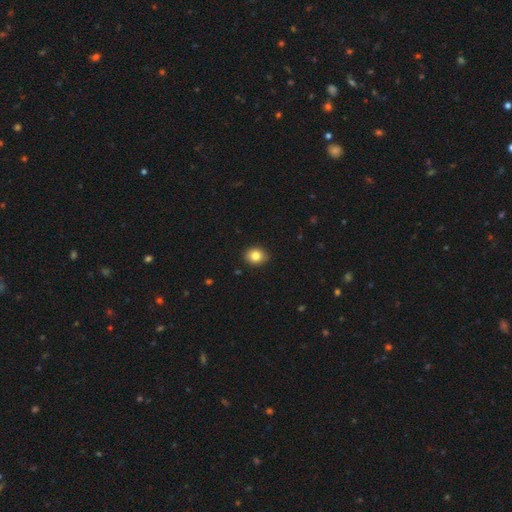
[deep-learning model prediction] Overall: smooth (82%). How rounded: round (60%; in between 40%). Merging: none (90%).